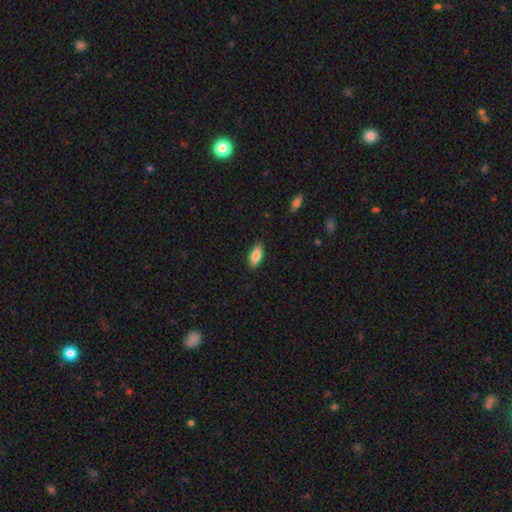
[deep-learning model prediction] Smooth or featured: smooth — 83% (featured or disk — 10%)
How rounded: in between — 84% (cigar-shaped — 14%)
Merging: none — 87% (minor disturbance — 10%)